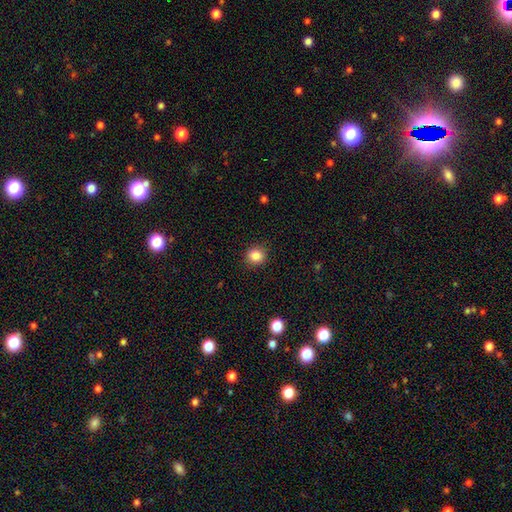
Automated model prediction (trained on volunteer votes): The model was most divided on "how rounded": round: 83%, in between: 16%, cigar-shaped: 1%. More confident: merging — none (89%); smooth or featured — smooth (86%).